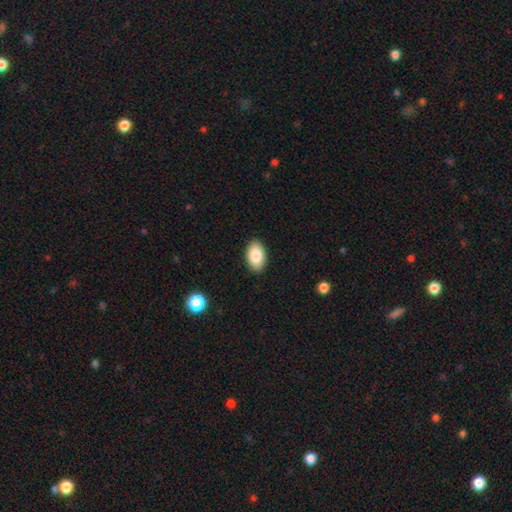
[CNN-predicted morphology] The model was most divided on "smooth or featured": smooth: 86%, featured or disk: 7%, star or artifact: 7%. More confident: how rounded — in between (93%); merging — none (90%).